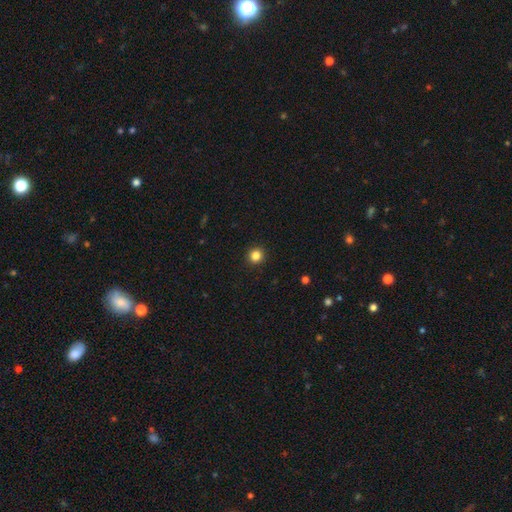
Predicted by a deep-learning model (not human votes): The model was most divided on "smooth or featured": smooth: 84%, star or artifact: 12%, featured or disk: 4%. More confident: how rounded — round (94%); merging — none (93%).